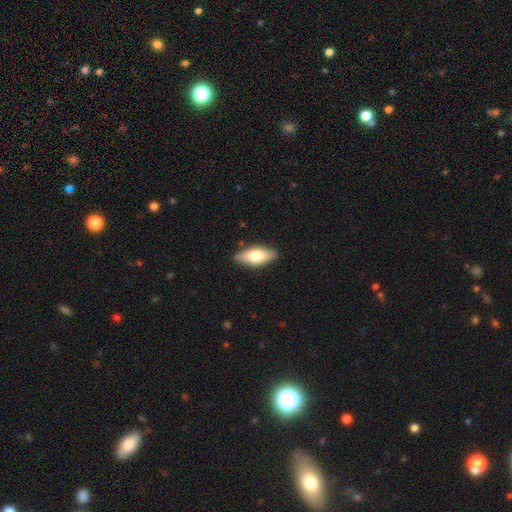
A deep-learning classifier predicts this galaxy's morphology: Q: Smooth or featured?
A: smooth (66%); runner-up: featured or disk (29%)
Q: How rounded?
A: in between (79%); runner-up: cigar-shaped (18%)
Q: Merging?
A: none (86%); runner-up: minor disturbance (11%)